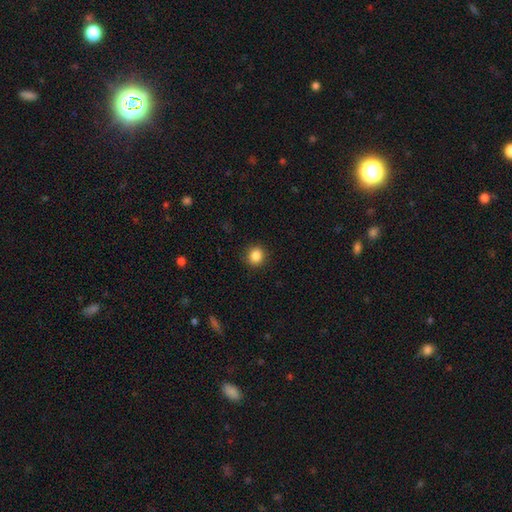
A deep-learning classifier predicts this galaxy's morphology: Smooth or featured: smooth — 86% (star or artifact — 10%)
How rounded: round — 88% (in between — 11%)
Merging: none — 90% (minor disturbance — 6%)